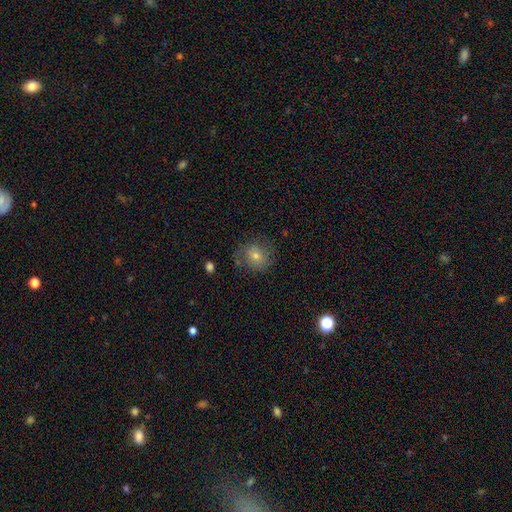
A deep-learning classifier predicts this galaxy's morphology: A smooth galaxy with no disk features (53%) that is round (80%). Merging: none (74%).